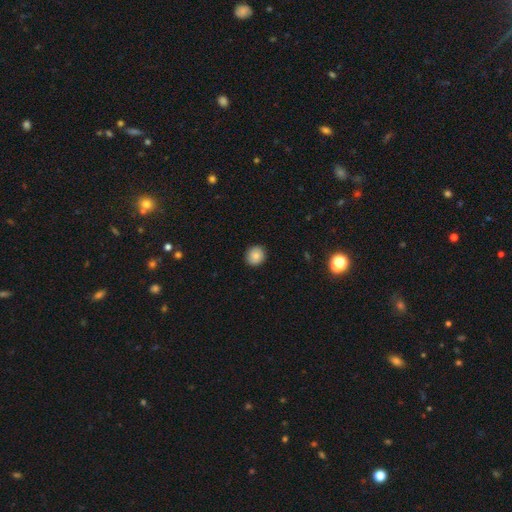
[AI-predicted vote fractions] Smooth or featured? Predicted: smooth (p=0.85). How rounded? Predicted: round (p=0.85). Merging? Predicted: none (p=0.91).